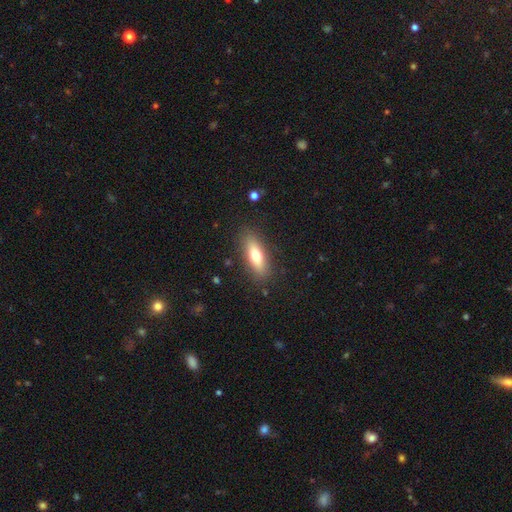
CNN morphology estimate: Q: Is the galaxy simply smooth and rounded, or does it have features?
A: smooth — 66%.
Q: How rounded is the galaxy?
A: in between — 57%.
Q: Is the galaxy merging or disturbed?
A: none — 86%.